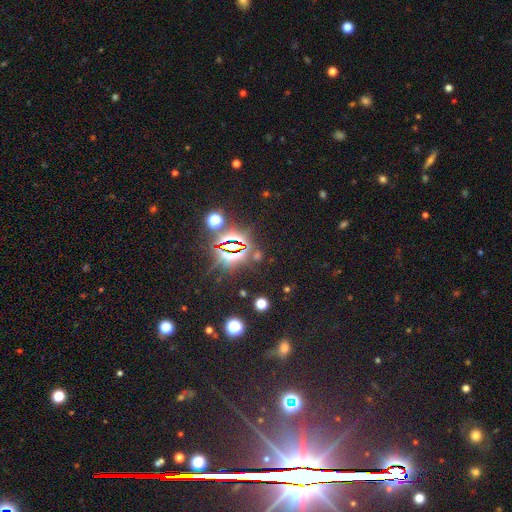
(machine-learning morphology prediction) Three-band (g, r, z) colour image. It shows a star or artifact, not a galaxy (81%).